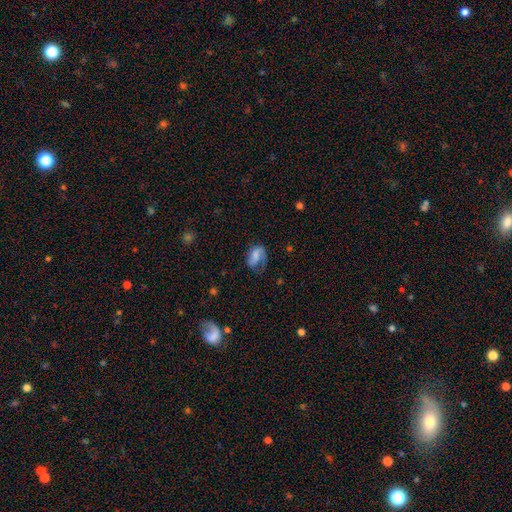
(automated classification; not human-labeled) Morphology: type=smooth (53%); roundness=in between (84%); merging=none (41%).